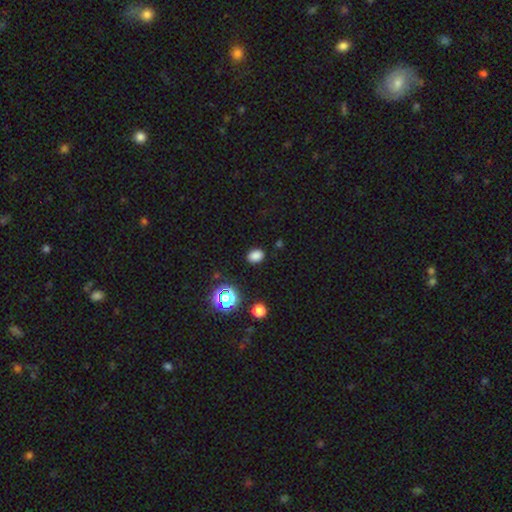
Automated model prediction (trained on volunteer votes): smooth 80%, star or artifact 16%, featured or disk 4%. Down the decision tree: how rounded — in between (66%); merging — none (87%).